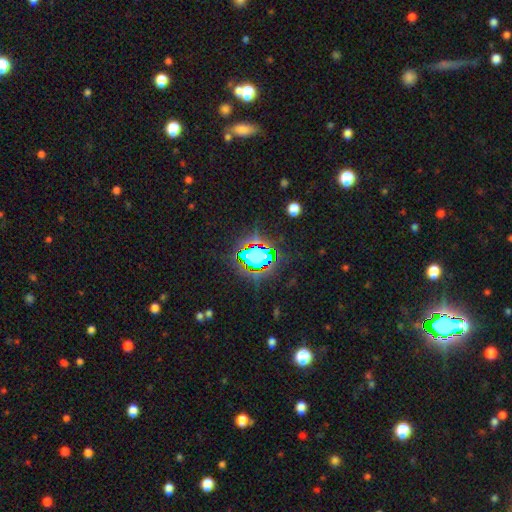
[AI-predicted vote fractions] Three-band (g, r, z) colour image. It shows a star or artifact, not a galaxy (64%).